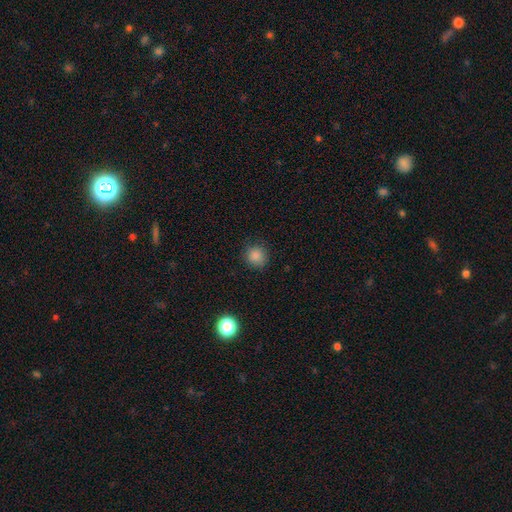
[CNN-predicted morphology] A smooth galaxy with no disk features (85%) that is round (90%). Merging: none (86%).